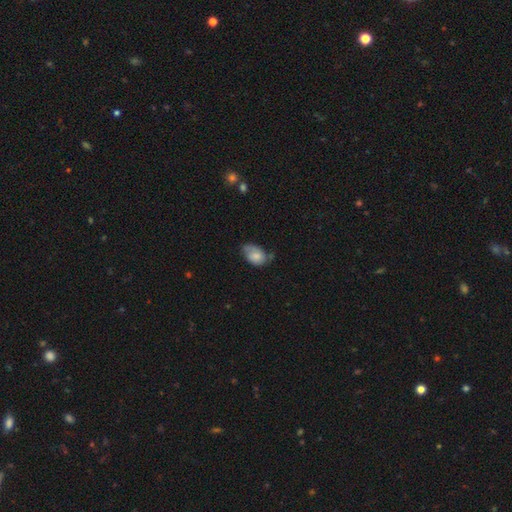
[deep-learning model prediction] Morphology: type=smooth (71%); roundness=in between (84%); merging=minor disturbance (40%).